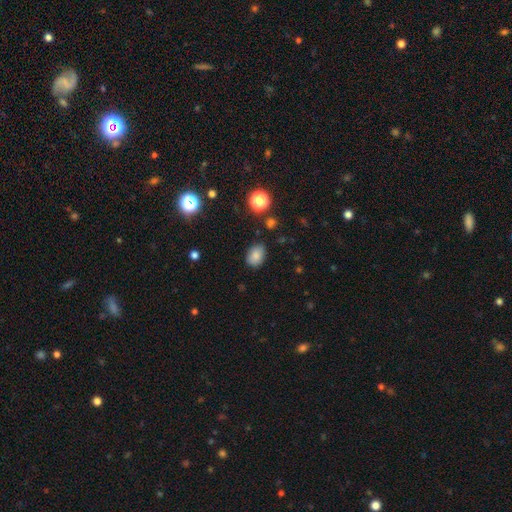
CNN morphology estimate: This is clearly a smooth galaxy (82%). How rounded: likely in between (74%). Merging: likely none (78%).